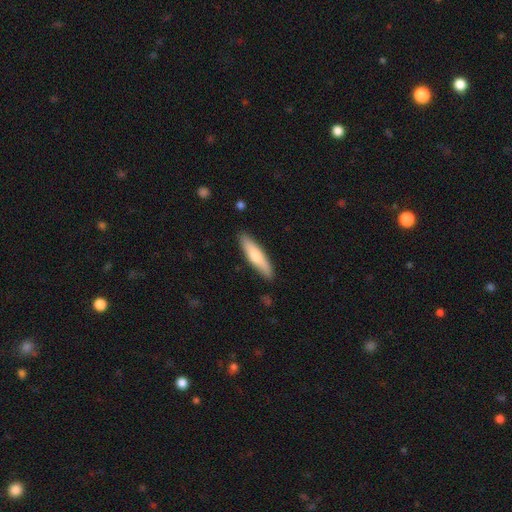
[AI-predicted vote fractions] A smooth galaxy with no disk features (71%) that is cigar-shaped (77%). Merging: none (87%).